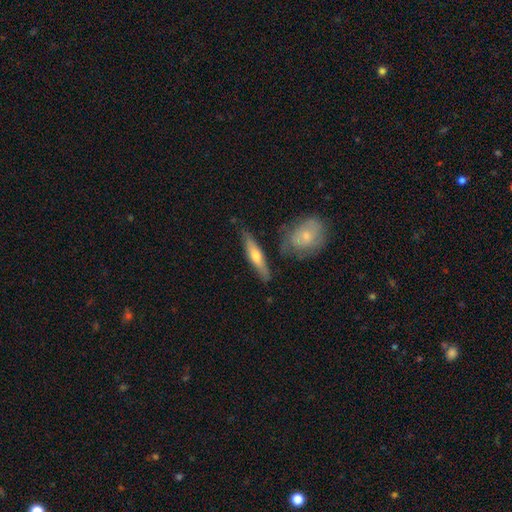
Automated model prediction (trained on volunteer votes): A smooth galaxy with no disk features (52%) that is cigar-shaped (75%). Merging: none (75%).